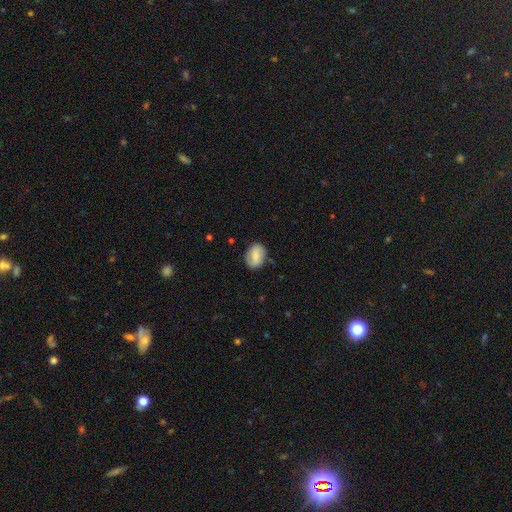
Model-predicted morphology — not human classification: A smooth galaxy with no disk features (70%) that is in between round and cigar-shaped (68%). Merging: none (81%).